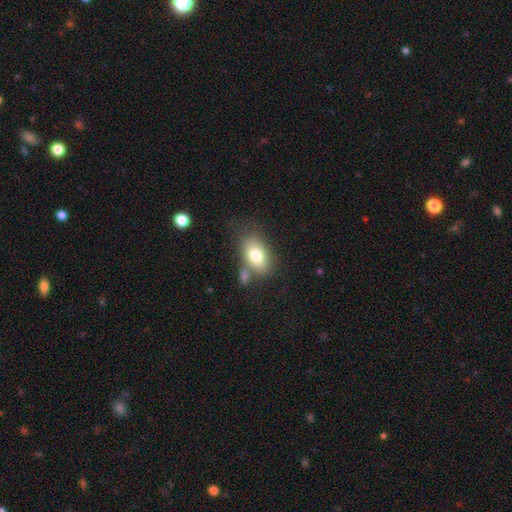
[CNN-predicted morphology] Q: Smooth or featured?
A: smooth (77%); runner-up: featured or disk (15%)
Q: How rounded?
A: in between (87%); runner-up: round (11%)
Q: Merging?
A: none (61%); runner-up: merger (17%)